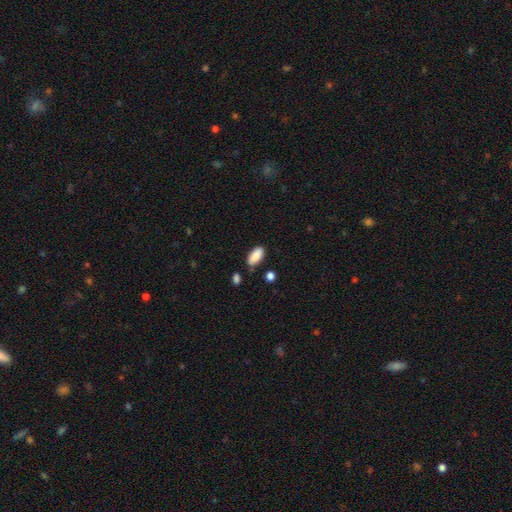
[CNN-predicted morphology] A smooth galaxy with no disk features (89%) that is in between round and cigar-shaped (90%). Merging: none (74%).